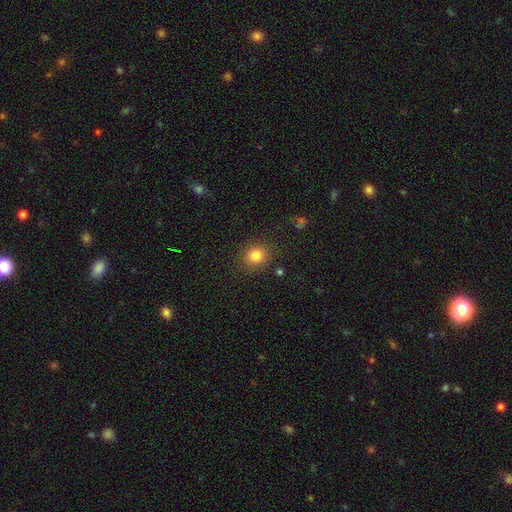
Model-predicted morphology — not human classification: smooth_or_featured: smooth (p=0.83) [alt: star or artifact p=0.12]
how_rounded: round (p=0.80) [alt: in between p=0.19]
merging: none (p=0.86) [alt: minor disturbance p=0.09]